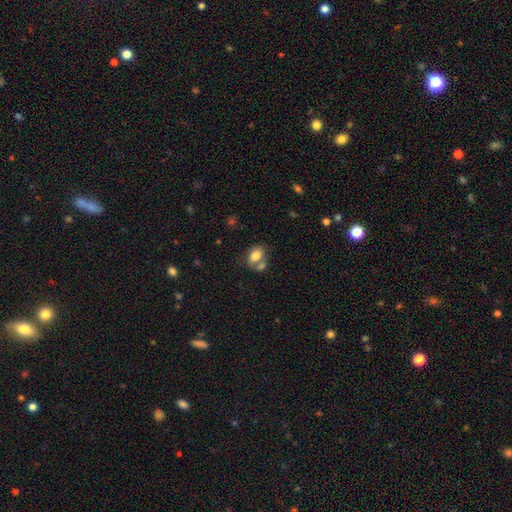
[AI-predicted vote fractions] smooth-or-featured: smooth: 76% | featured or disk: 16% | star or artifact: 8%
  how-rounded: in between: 80% | round: 18% | cigar-shaped: 1%
  merging: none: 42% | merger: 37% | minor disturbance: 15% | major disturbance: 7%